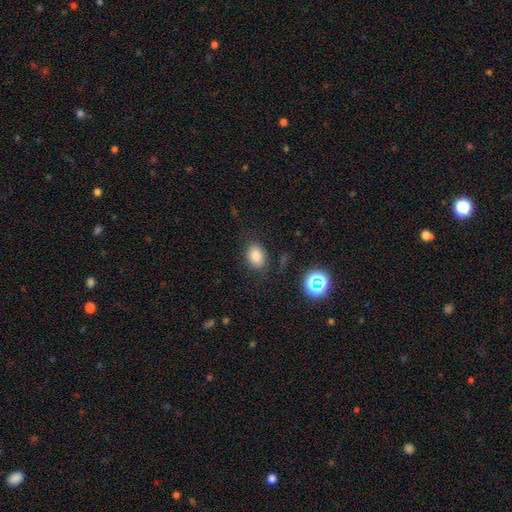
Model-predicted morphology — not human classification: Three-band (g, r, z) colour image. It shows a smooth galaxy with no disk features (79%) that is in between round and cigar-shaped (69%). Merging: none (78%).